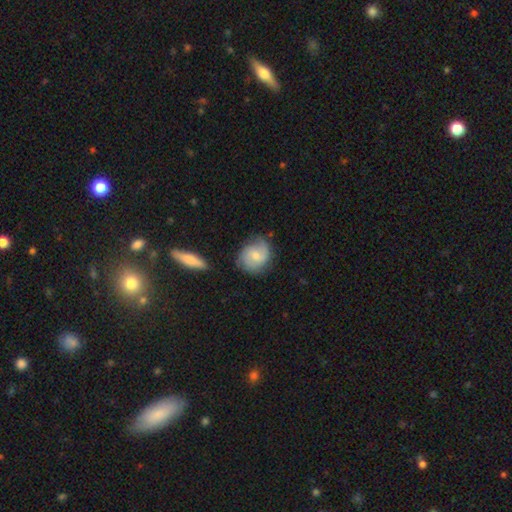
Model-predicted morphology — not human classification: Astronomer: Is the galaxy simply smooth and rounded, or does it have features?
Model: featured or disk — 57% (runner-up: smooth, 36%).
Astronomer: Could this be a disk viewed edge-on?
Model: no — 97%.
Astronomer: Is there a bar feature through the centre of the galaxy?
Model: no — 48% (runner-up: weak, 45%).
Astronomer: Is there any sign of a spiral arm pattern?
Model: yes — 90%.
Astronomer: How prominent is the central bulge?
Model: small — 52% (runner-up: moderate, 40%).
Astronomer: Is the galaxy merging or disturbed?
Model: none — 67%.